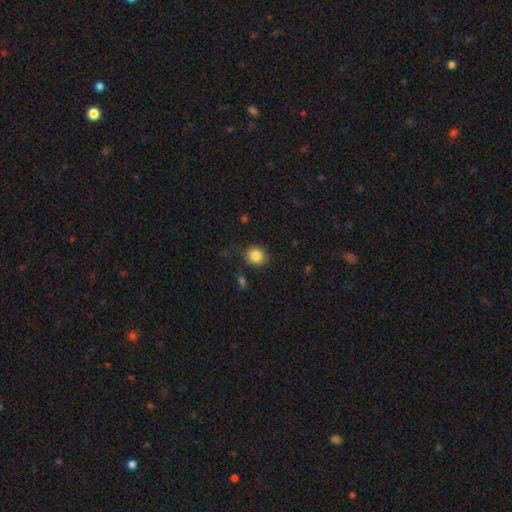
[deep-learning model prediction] A smooth galaxy with no disk features (86%) that is round (88%). Merging: none (85%).